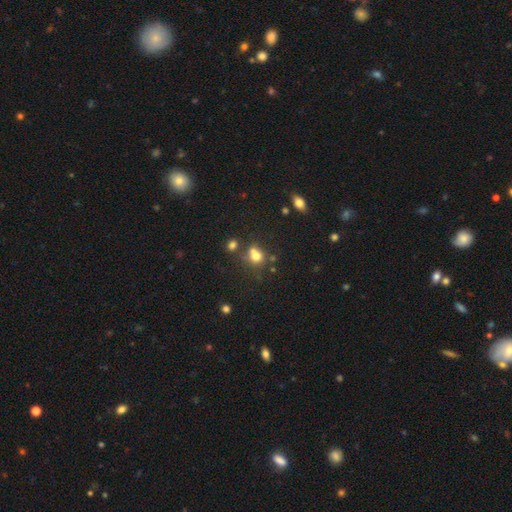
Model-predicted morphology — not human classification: Smooth or featured: smooth — 69% (star or artifact — 17%)
How rounded: round — 74% (in between — 25%)
Merging: none — 43% (merger — 40%)